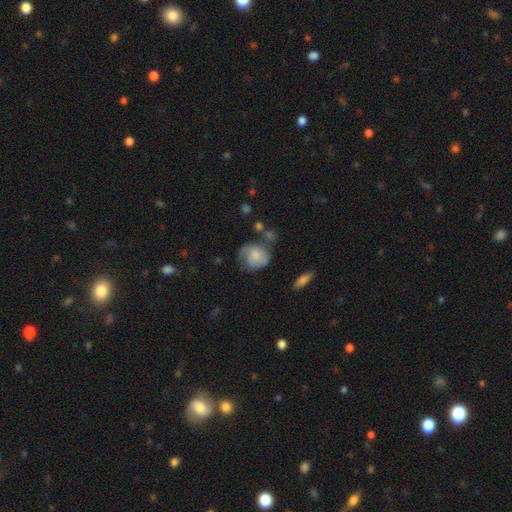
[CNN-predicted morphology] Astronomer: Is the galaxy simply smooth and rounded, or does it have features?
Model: smooth — 59%.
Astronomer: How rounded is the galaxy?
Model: round — 66%.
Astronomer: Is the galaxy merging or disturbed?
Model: none — 41% (runner-up: minor disturbance, 30%).